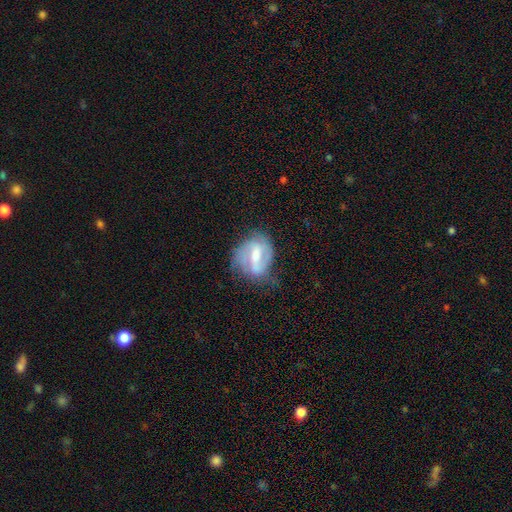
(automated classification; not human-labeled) Q: Smooth or featured?
A: featured or disk (68%); runner-up: smooth (26%)
Q: Edge-on disk?
A: no (95%); runner-up: yes (5%)
Q: Bar?
A: strong (49%); runner-up: weak (41%)
Q: Spiral arms?
A: yes (74%); runner-up: no (26%)
Q: Bulge size?
A: moderate (53%); runner-up: small (33%)
Q: Merging?
A: none (52%); runner-up: minor disturbance (31%)